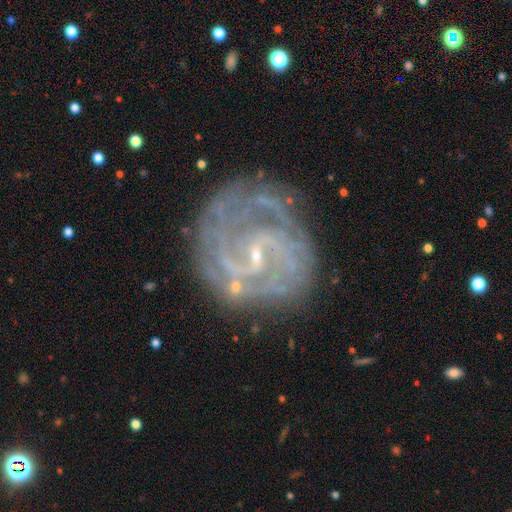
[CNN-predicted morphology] This is clearly a featured or disk galaxy (87%). It is clearly not viewed edge-on (98%). Bar: possibly weak (55%). Spiral arm pattern: clearly yes (94%). Spiral arm count: marginally 2 (43%). Spiral winding: possibly tight (48%). Central bulge: likely small (79%). Merging: likely none (70%).